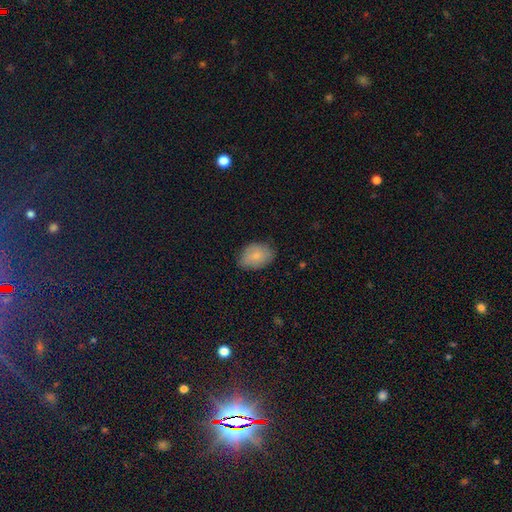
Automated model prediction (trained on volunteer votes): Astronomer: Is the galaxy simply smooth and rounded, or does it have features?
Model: smooth — 77%.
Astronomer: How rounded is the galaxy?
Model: in between — 74%.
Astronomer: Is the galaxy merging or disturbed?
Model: none — 74%.